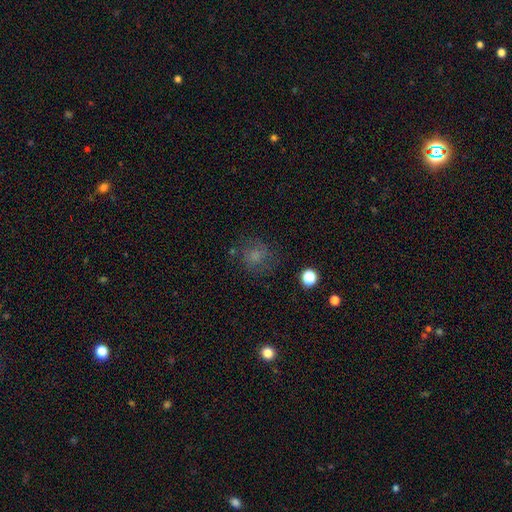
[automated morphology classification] Smooth or featured? Predicted: smooth (p=0.65). How rounded? Predicted: round (p=0.82). Merging? Predicted: none (p=0.70).